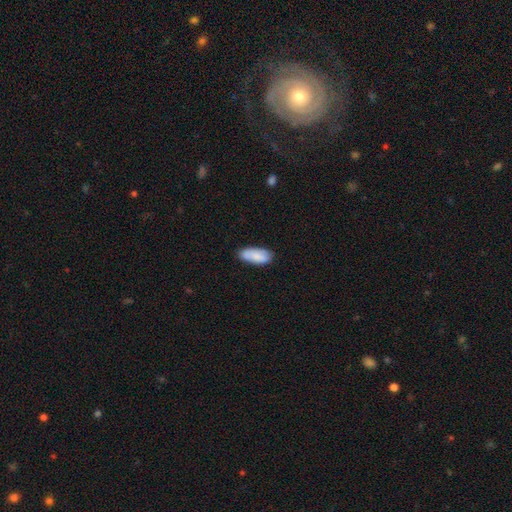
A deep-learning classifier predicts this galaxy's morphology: Smooth or featured?
  - smooth: 83% *
  - featured or disk: 11%
  - star or artifact: 6%
How rounded?
  - in between: 83% *
  - cigar-shaped: 15%
  - round: 2%
Merging?
  - none: 77% *
  - minor disturbance: 18%
  - major disturbance: 3%
  - merger: 2%